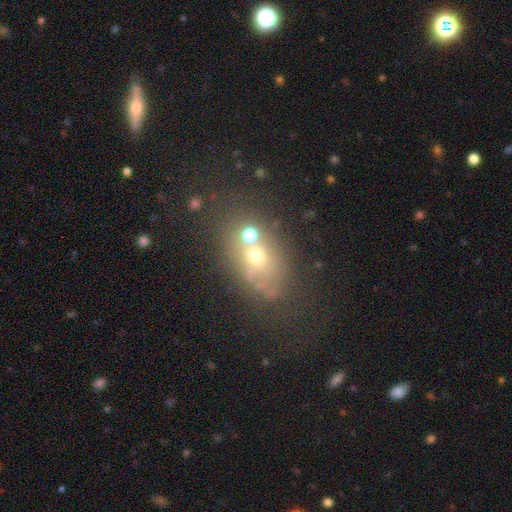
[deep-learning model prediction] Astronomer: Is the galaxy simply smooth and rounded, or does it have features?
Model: smooth — 50% (runner-up: featured or disk, 31%).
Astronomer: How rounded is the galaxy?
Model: in between — 65%.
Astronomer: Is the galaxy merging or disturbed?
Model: none — 47% (runner-up: merger, 31%).